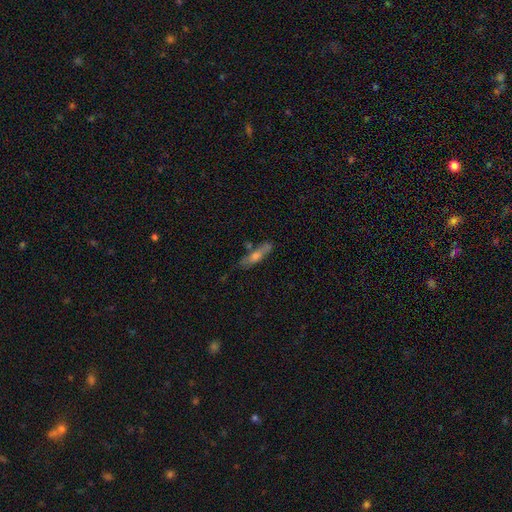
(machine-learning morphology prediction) A smooth galaxy with no disk features (52%) that is cigar-shaped (73%).

Vote fractions:
- Smooth or featured? smooth: 52% / featured or disk: 39% / star or artifact: 9%
- How rounded? cigar-shaped: 73% / in between: 25% / round: 3%
- Merging? none: 64% / minor disturbance: 20% / merger: 10% / major disturbance: 6%